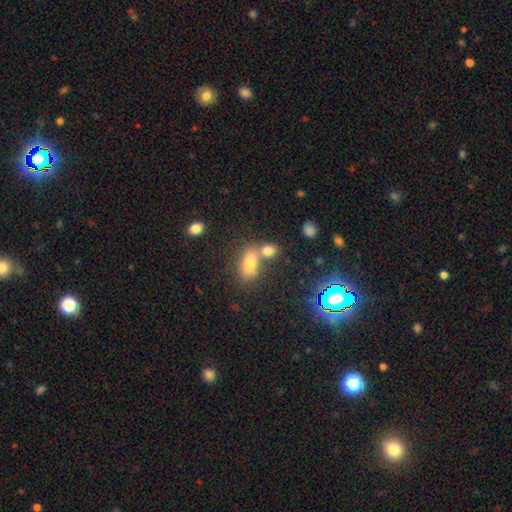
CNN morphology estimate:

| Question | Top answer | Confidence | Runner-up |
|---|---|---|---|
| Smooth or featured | smooth | 54% | star or artifact (28%) |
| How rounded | in between | 73% | round (20%) |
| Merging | none | 48% | merger (38%) |